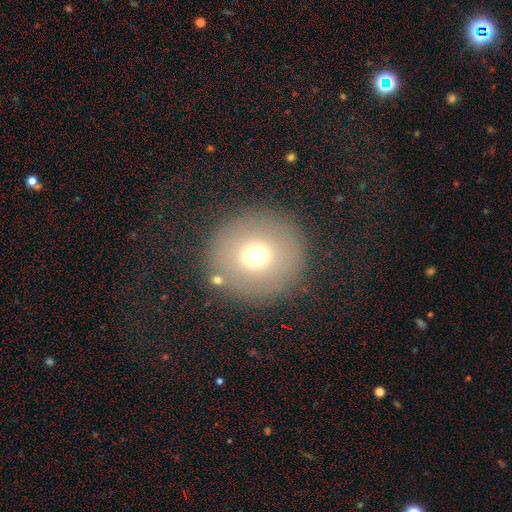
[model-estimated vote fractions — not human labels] A smooth galaxy with no disk features (69%) that is round (93%).

Vote fractions:
- Smooth or featured? smooth: 69% / featured or disk: 17% / star or artifact: 14%
- How rounded? round: 93% / in between: 6% / cigar-shaped: 1%
- Merging? none: 85% / minor disturbance: 8% / major disturbance: 4% / merger: 3%